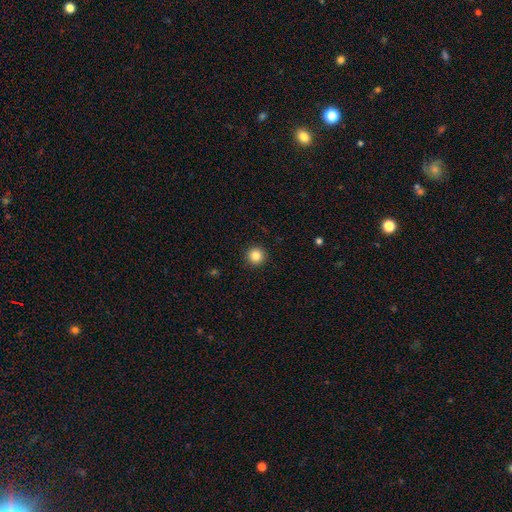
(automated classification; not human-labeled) The model was most divided on "smooth or featured": smooth: 85%, star or artifact: 11%, featured or disk: 4%. More confident: how rounded — round (96%); merging — none (93%).